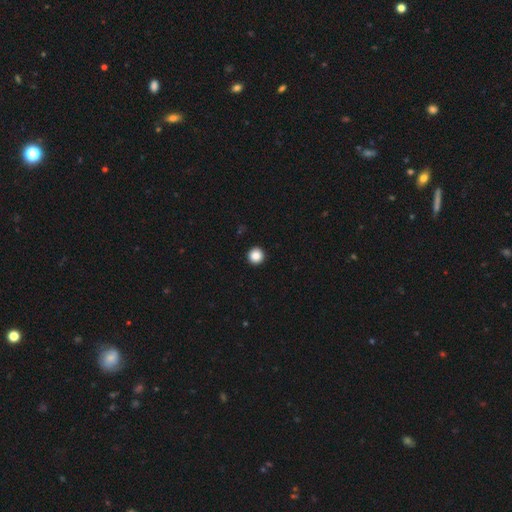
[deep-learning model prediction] A smooth galaxy with no disk features (87%) that is round (96%). Merging: none (94%).